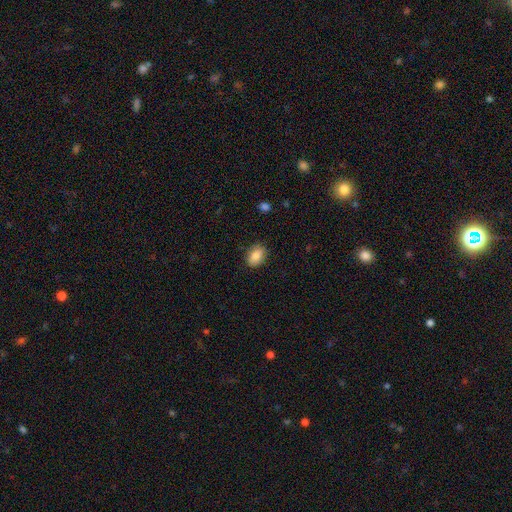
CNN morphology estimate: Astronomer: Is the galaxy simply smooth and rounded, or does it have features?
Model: smooth — 85%.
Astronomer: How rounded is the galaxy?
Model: in between — 81%.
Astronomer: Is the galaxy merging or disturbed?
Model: none — 86%.